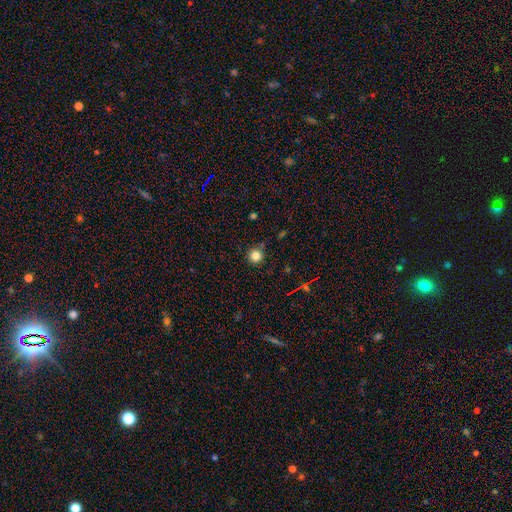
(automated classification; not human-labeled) This is clearly a smooth galaxy (81%). How rounded: clearly round (95%). Merging: clearly none (86%).